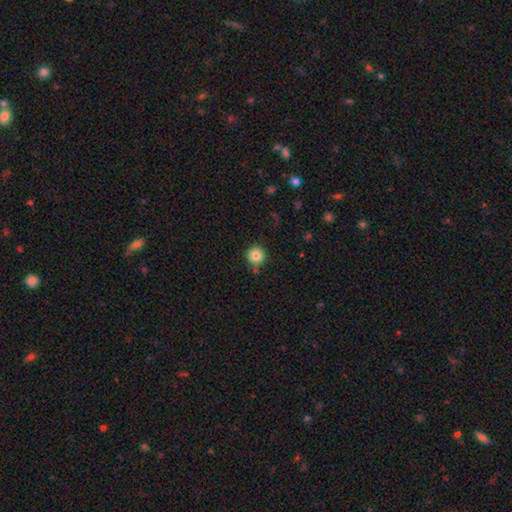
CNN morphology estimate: This appears to be a smooth galaxy with no disk features (83%) that is round (95%). Merging: none (83%).